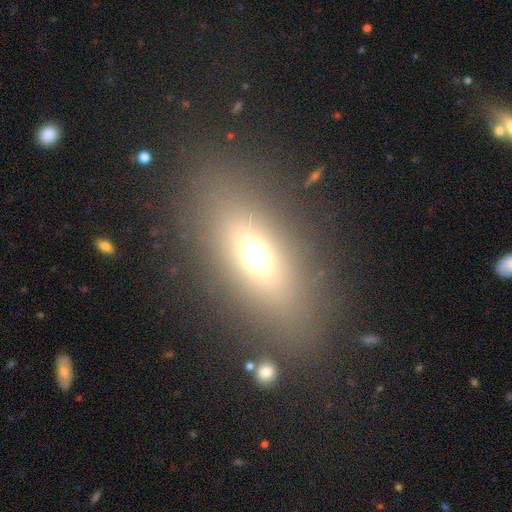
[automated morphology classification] The model was most divided on "smooth or featured": smooth: 59%, featured or disk: 24%, star or artifact: 16%. More confident: merging — none (83%); how rounded — in between (70%).